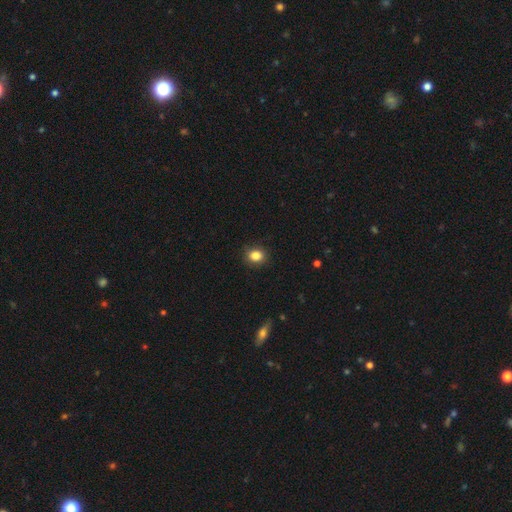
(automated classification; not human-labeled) Morphology: type=smooth (85%); roundness=round (60%); merging=none (88%).